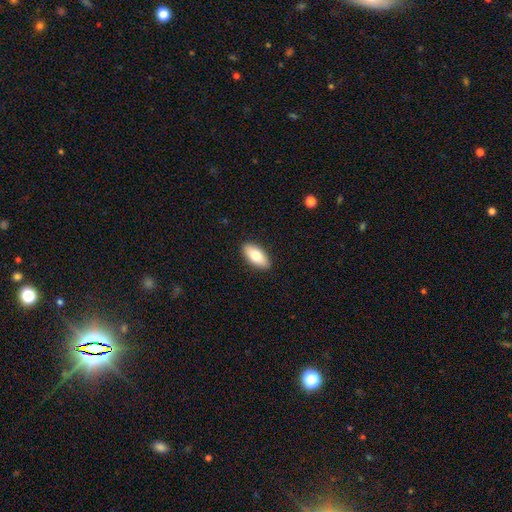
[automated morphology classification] smooth-or-featured: smooth: 77% | featured or disk: 17% | star or artifact: 6%
  how-rounded: in between: 90% | cigar-shaped: 8% | round: 3%
  merging: none: 90% | minor disturbance: 7% | major disturbance: 2% | merger: 1%